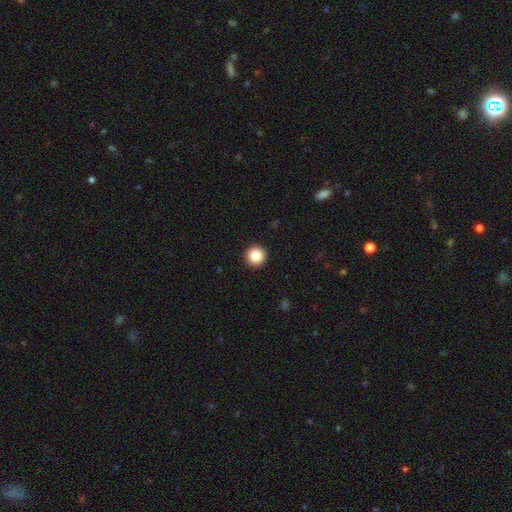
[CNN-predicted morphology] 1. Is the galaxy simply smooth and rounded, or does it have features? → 86% smooth, 10% star or artifact, 4% featured or disk.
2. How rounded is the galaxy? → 96% round, 3% in between, 1% cigar-shaped.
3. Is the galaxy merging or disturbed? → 94% none, 4% minor disturbance, 1% major disturbance, 1% merger.